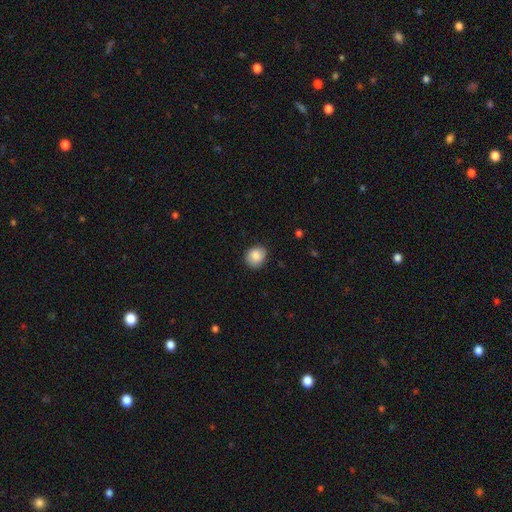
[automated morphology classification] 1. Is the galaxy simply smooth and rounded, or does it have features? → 85% smooth, 8% star or artifact, 7% featured or disk.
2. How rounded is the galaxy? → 67% round, 32% in between, 1% cigar-shaped.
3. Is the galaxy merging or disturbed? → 79% none, 17% minor disturbance, 3% major disturbance, 1% merger.